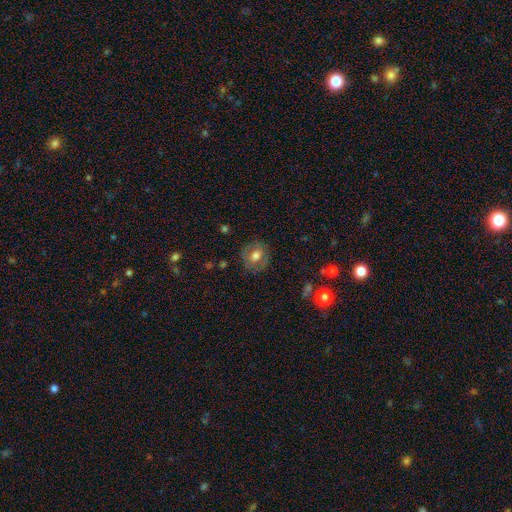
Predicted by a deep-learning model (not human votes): smooth 56%, featured or disk 36%, star or artifact 9%. Down the decision tree: how rounded — round (74%); merging — none (81%).